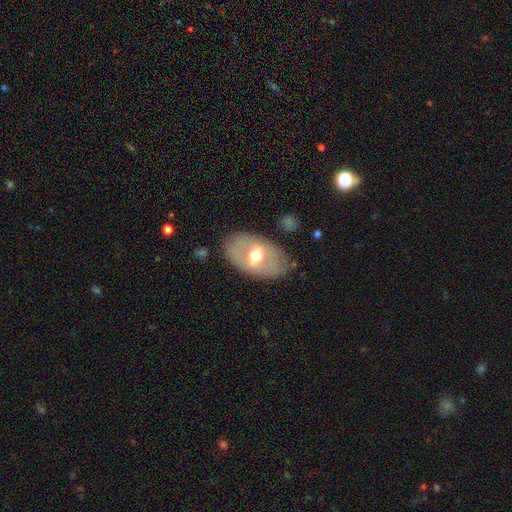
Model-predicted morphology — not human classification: smooth_or_featured: featured or disk (p=0.53) [alt: smooth p=0.41]
disk_edge_on: no (p=0.87) [alt: yes p=0.13]
merging: none (p=0.78) [alt: minor disturbance p=0.15]